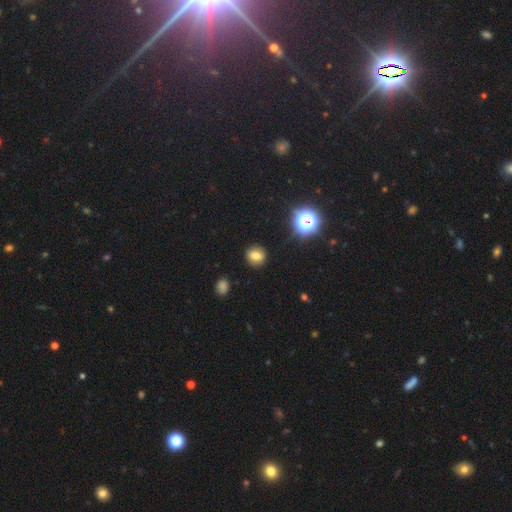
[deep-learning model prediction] smooth 75%, star or artifact 16%, featured or disk 9%. Down the decision tree: how rounded — round (70%); merging — none (87%).